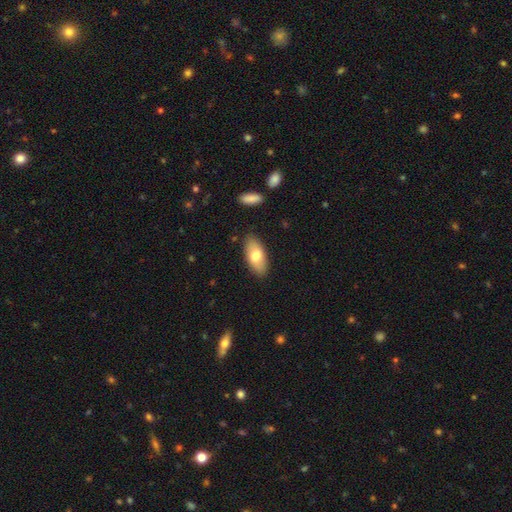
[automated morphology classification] A smooth galaxy with no disk features (73%) that is in between round and cigar-shaped (90%).

Vote fractions:
- Smooth or featured? smooth: 73% / featured or disk: 21% / star or artifact: 6%
- How rounded? in between: 90% / cigar-shaped: 8% / round: 3%
- Merging? none: 86% / minor disturbance: 10% / major disturbance: 2% / merger: 2%